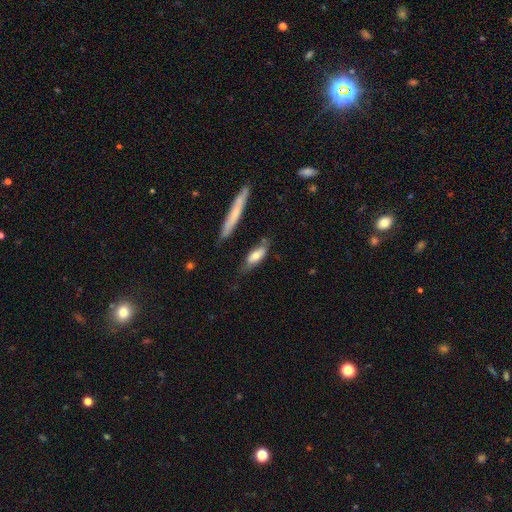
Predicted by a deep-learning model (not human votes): The model was most divided on "how rounded": in between: 56%, cigar-shaped: 42%, round: 2%. More confident: merging — none (63%); smooth or featured — smooth (61%).